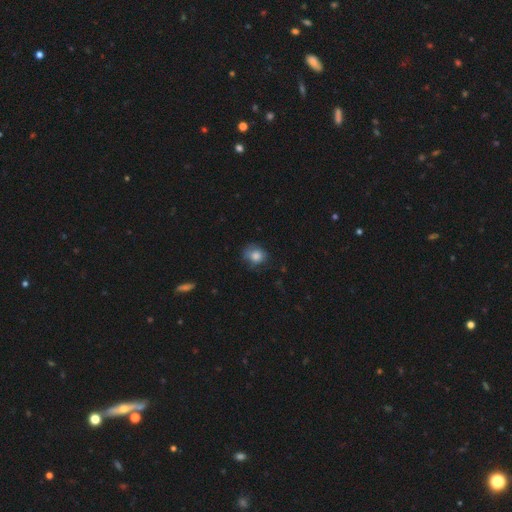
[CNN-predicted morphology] smooth-or-featured: smooth: 78% | featured or disk: 12% | star or artifact: 9%
  how-rounded: round: 70% | in between: 29% | cigar-shaped: 1%
  merging: none: 65% | minor disturbance: 25% | major disturbance: 8% | merger: 1%